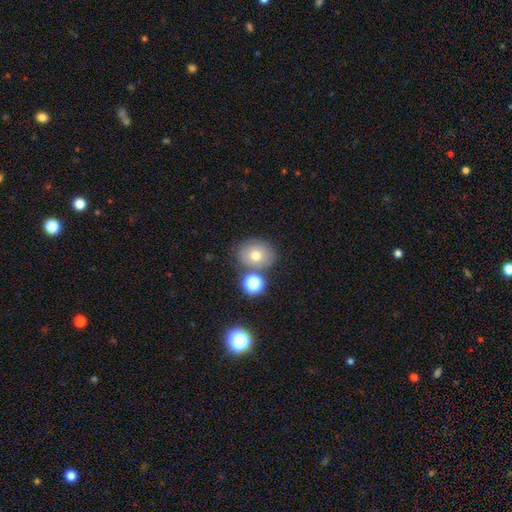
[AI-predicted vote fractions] smooth 72%, featured or disk 14%, star or artifact 14%. Down the decision tree: how rounded — round (63%); merging — none (71%).